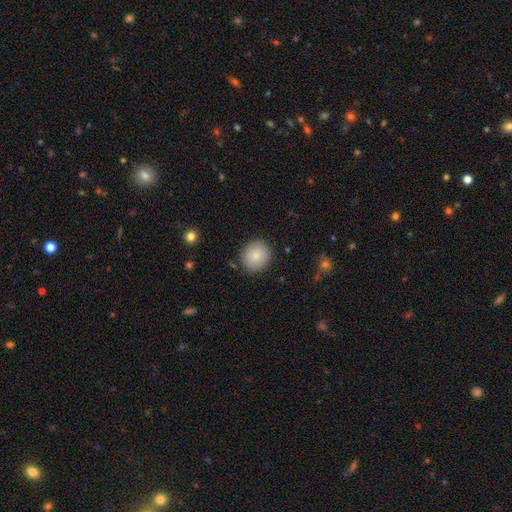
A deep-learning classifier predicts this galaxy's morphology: This appears to be a smooth galaxy with no disk features (85%) that is round (83%). Merging: none (88%).